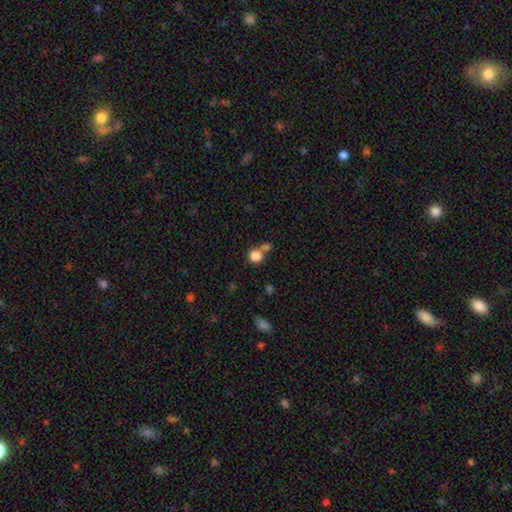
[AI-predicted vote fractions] This is clearly a smooth galaxy (83%). How rounded: clearly round (87%). Merging: possibly none (49%).